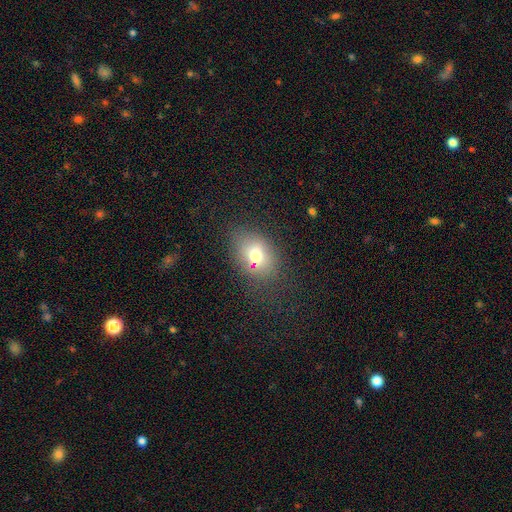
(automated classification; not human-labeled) This appears to be a smooth galaxy with no disk features (71%) that is in between round and cigar-shaped (66%). Merging: none (71%).